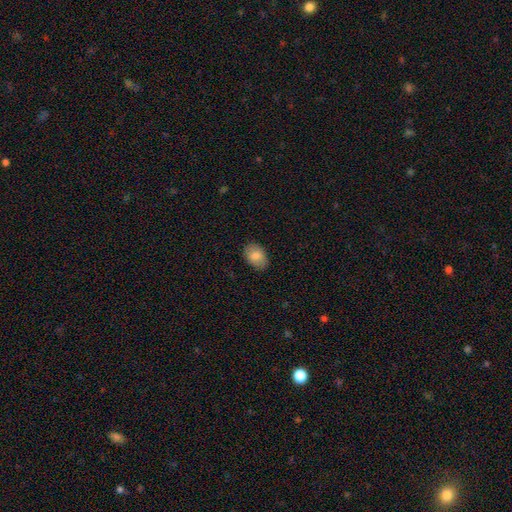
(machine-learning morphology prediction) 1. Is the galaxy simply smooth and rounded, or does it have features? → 84% smooth, 9% featured or disk, 7% star or artifact.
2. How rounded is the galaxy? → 84% in between, 15% round, 1% cigar-shaped.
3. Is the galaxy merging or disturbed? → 85% none, 12% minor disturbance, 2% major disturbance, 1% merger.